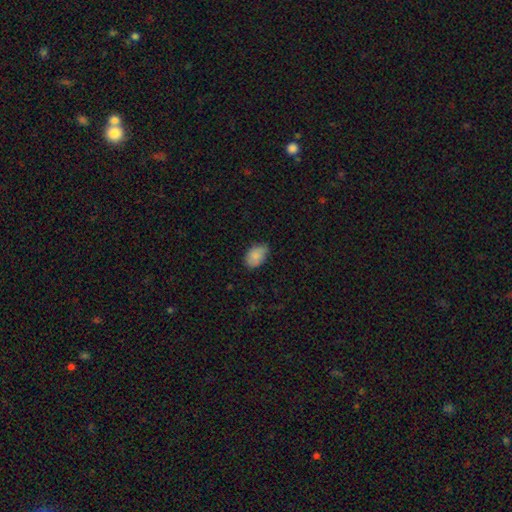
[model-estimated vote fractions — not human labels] Smooth or featured: smooth — 85% (featured or disk — 8%)
How rounded: in between — 88% (round — 11%)
Merging: none — 71% (minor disturbance — 25%)